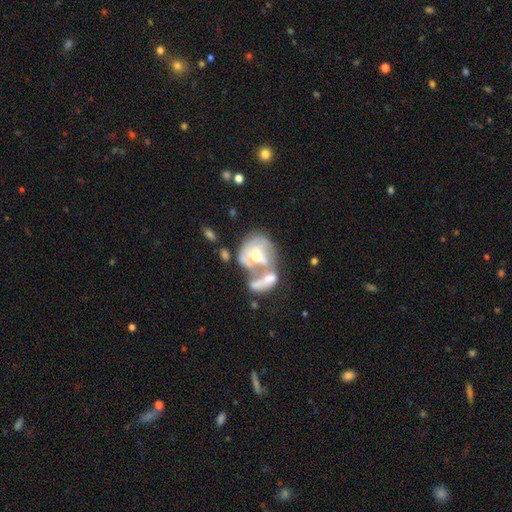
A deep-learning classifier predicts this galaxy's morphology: Smooth or featured?
  - featured or disk: 65% *
  - smooth: 27%
  - star or artifact: 9%
Edge-on disk?
  - no: 97% *
  - yes: 3%
Bar?
  - no: 75% *
  - weak: 19%
  - strong: 6%
Spiral arms?
  - no: 61% *
  - yes: 39%
Bulge size?
  - moderate: 51% *
  - small: 28%
  - none: 11%
  - large: 8%
  - dominant: 2%
Merging?
  - merger: 57% *
  - major disturbance: 18%
  - none: 15%
  - minor disturbance: 9%